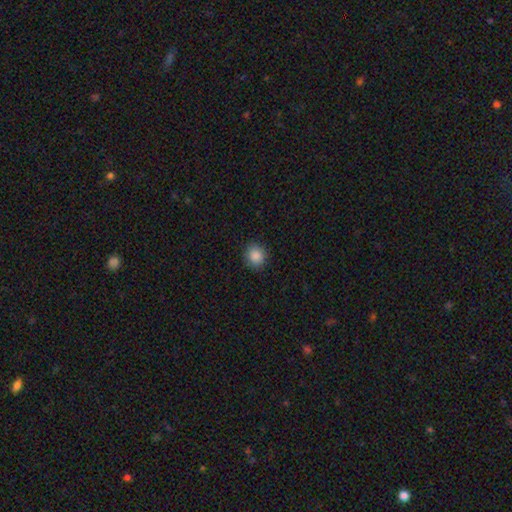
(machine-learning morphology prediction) A smooth galaxy with no disk features (87%) that is round (83%).

Vote fractions:
- Smooth or featured? smooth: 87% / star or artifact: 9% / featured or disk: 3%
- How rounded? round: 83% / in between: 16% / cigar-shaped: 1%
- Merging? none: 89% / minor disturbance: 8% / major disturbance: 2% / merger: 1%